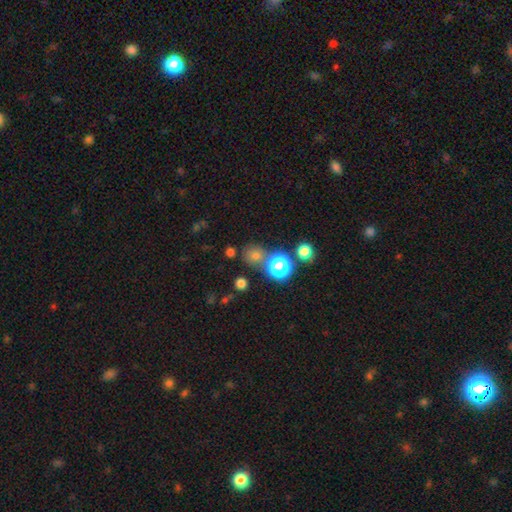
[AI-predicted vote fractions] Smooth or featured?
  - smooth: 60% *
  - star or artifact: 32%
  - featured or disk: 7%
How rounded?
  - round: 84% *
  - in between: 15%
  - cigar-shaped: 1%
Merging?
  - none: 71% *
  - merger: 16%
  - minor disturbance: 9%
  - major disturbance: 4%